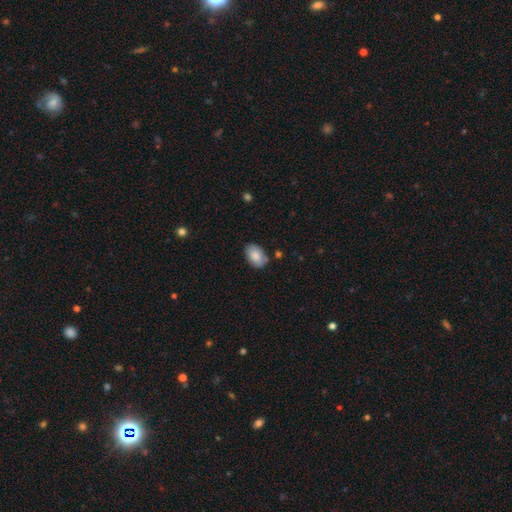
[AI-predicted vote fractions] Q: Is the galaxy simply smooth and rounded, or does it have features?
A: smooth — 85%.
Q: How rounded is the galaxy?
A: in between — 89%.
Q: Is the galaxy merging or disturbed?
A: none — 78%.